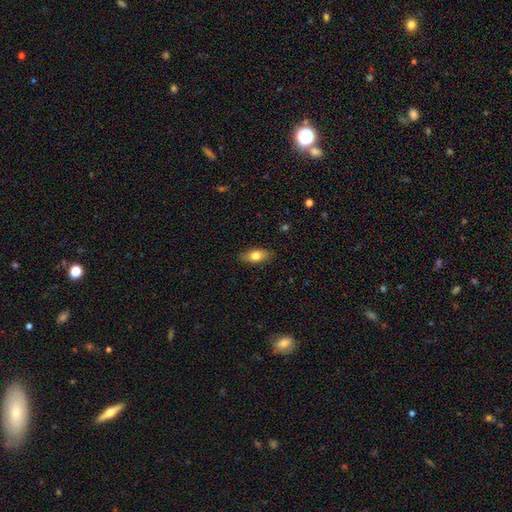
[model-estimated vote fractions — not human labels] Smooth or featured? smooth (74%)
How rounded? in between (84%)
Merging? none (88%)